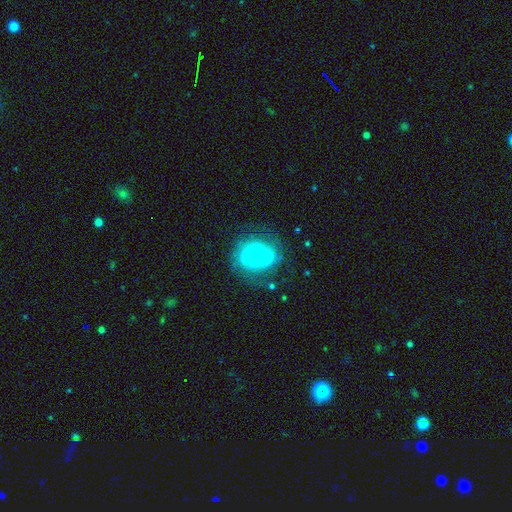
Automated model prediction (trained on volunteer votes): Smooth or featured? Predicted: featured or disk (p=0.69). Edge-on disk? Predicted: no (p=0.96). Bar? Predicted: no (p=0.50). Spiral arms? Predicted: no (p=0.59). Bulge size? Predicted: moderate (p=0.75). Merging? Predicted: none (p=0.69).